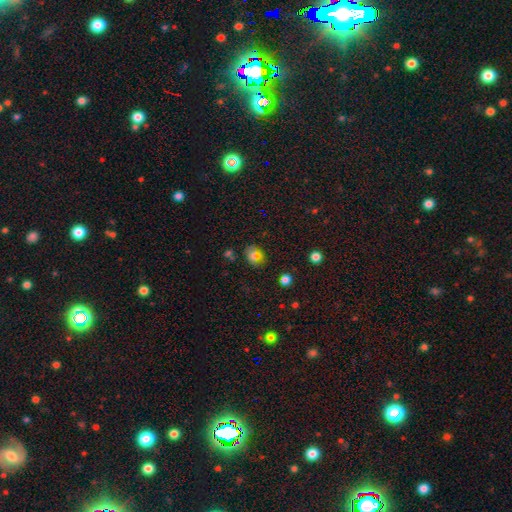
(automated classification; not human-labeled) Smooth or featured? Predicted: smooth (p=0.62). How rounded? Predicted: in between (p=0.53). Merging? Predicted: none (p=0.74).